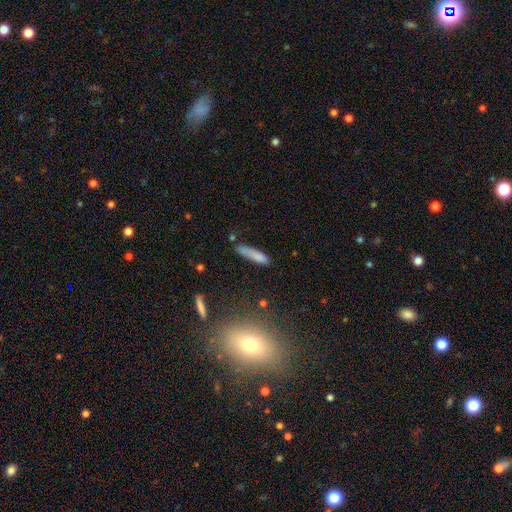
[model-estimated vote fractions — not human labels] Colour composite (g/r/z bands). It shows a smooth galaxy with no disk features (79%) that is cigar-shaped (82%). Merging: none (66%).